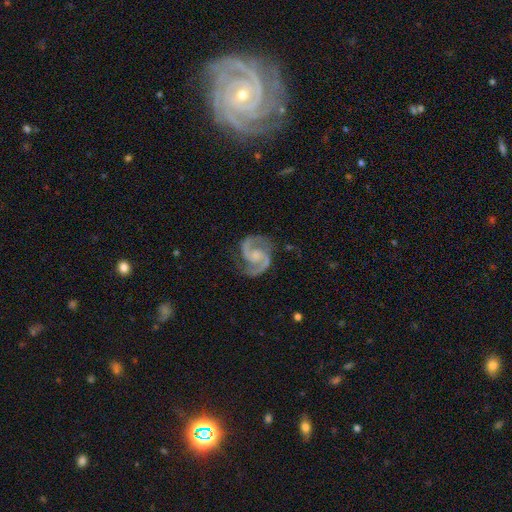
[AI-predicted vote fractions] This is clearly a featured or disk galaxy (93%). It is clearly not viewed edge-on (98%). Bar: possibly no (53%). Spiral arm pattern: clearly yes (99%). Spiral arm count: clearly 2 (94%). Spiral winding: likely medium (64%). Central bulge: marginally small (41%). Merging: likely none (79%).